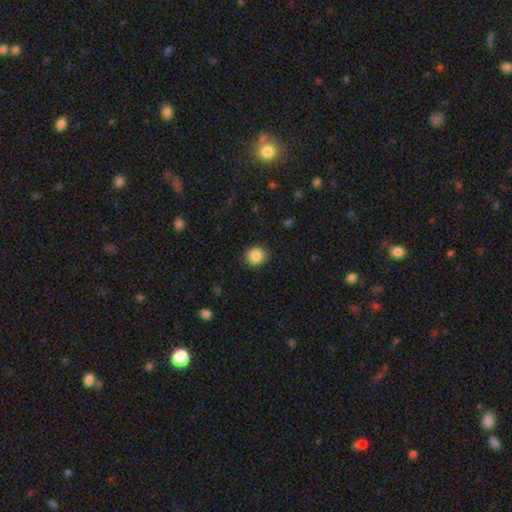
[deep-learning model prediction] This is clearly a smooth galaxy (87%). How rounded: clearly round (83%). Merging: clearly none (89%).